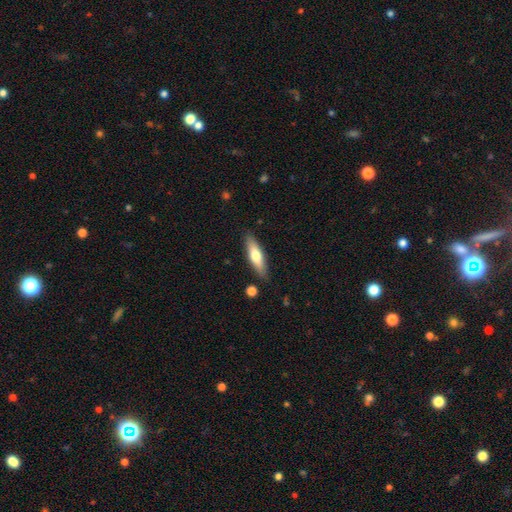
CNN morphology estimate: smooth_or_featured: smooth (p=0.60) [alt: featured or disk p=0.34]
how_rounded: cigar-shaped (p=0.63) [alt: in between p=0.35]
merging: none (p=0.85) [alt: minor disturbance p=0.10]